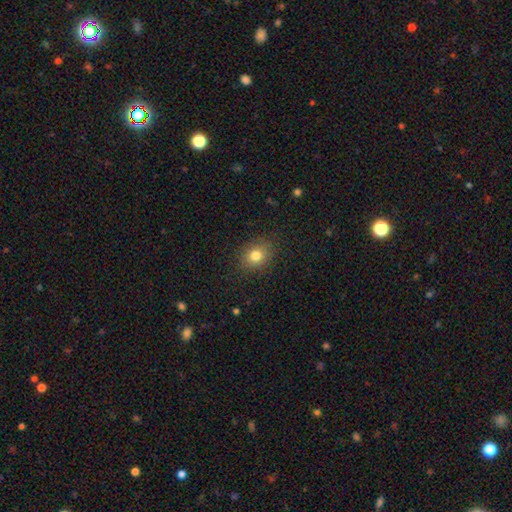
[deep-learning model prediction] smooth 80%, star or artifact 12%, featured or disk 8%. Down the decision tree: how rounded — round (50%); merging — none (86%).